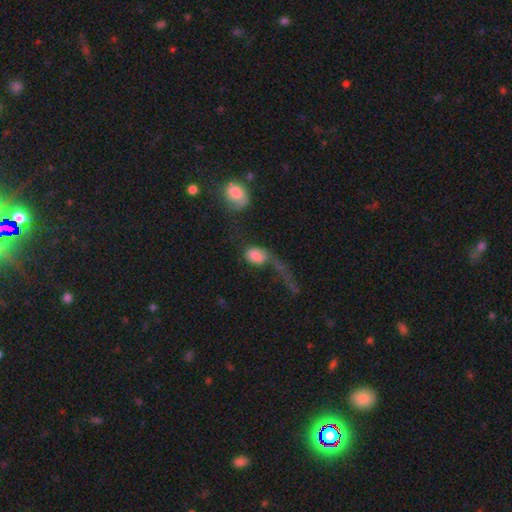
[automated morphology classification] Smooth or featured: smooth — 73% (featured or disk — 18%)
How rounded: in between — 76% (round — 22%)
Merging: major disturbance — 47% (merger — 23%)